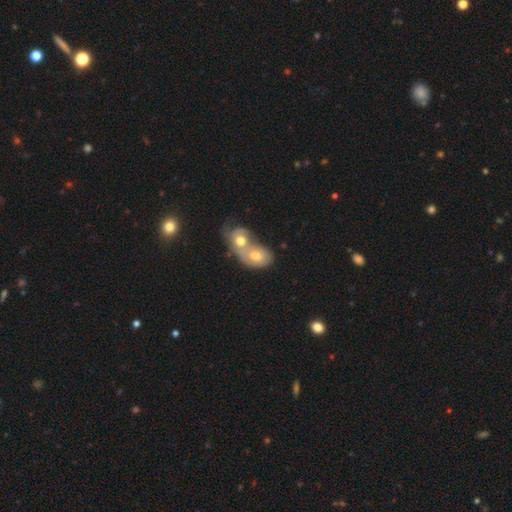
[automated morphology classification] Smooth or featured?
  - smooth: 59% *
  - featured or disk: 34%
  - star or artifact: 7%
How rounded?
  - in between: 77% *
  - round: 22%
  - cigar-shaped: 2%
Merging?
  - merger: 79% *
  - none: 12%
  - minor disturbance: 5%
  - major disturbance: 4%